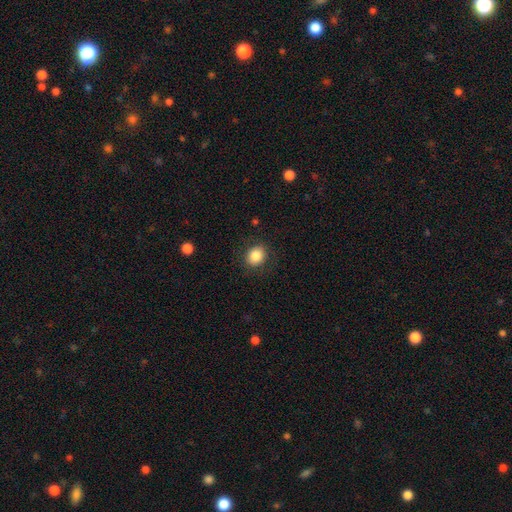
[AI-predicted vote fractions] The model was most divided on "how rounded": round: 65%, in between: 34%, cigar-shaped: 1%. More confident: merging — none (86%); smooth or featured — smooth (85%).